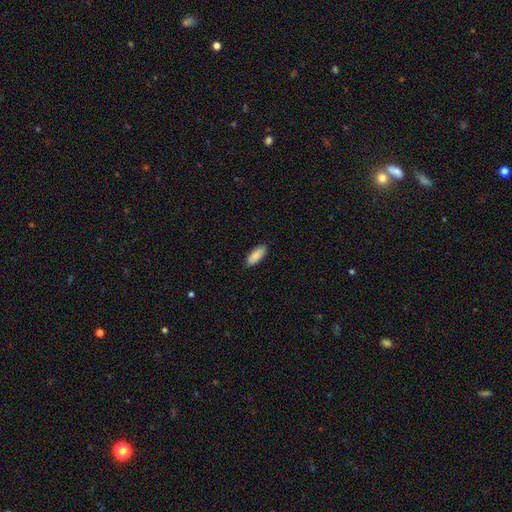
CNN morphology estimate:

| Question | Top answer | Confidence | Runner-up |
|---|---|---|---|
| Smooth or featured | smooth | 88% | featured or disk (6%) |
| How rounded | in between | 83% | cigar-shaped (15%) |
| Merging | none | 89% | minor disturbance (8%) |